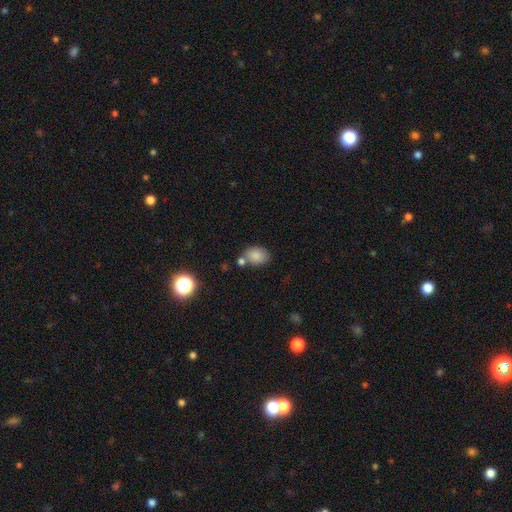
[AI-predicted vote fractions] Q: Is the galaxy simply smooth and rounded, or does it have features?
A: smooth — 83%.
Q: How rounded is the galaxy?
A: in between — 73%.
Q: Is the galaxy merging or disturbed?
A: none — 63%.